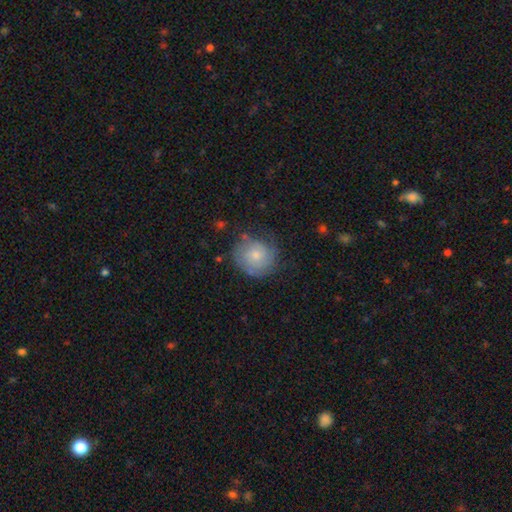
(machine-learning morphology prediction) smooth_or_featured: smooth (p=0.54) [alt: featured or disk p=0.38]
how_rounded: round (p=0.88) [alt: in between p=0.11]
merging: none (p=0.66) [alt: minor disturbance p=0.23]